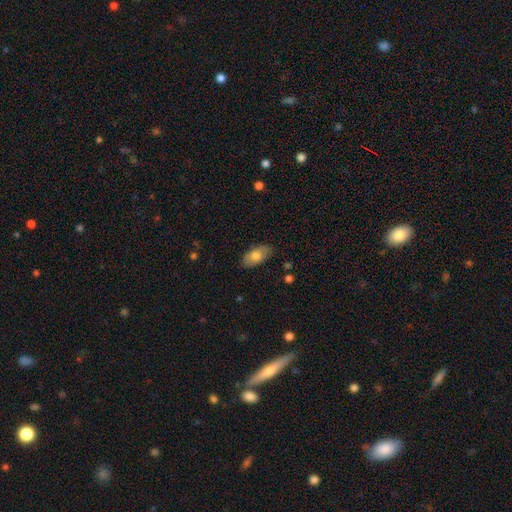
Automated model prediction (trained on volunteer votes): A smooth galaxy with no disk features (74%) that is in between round and cigar-shaped (92%).

Vote fractions:
- Smooth or featured? smooth: 74% / featured or disk: 19% / star or artifact: 6%
- How rounded? in between: 92% / cigar-shaped: 4% / round: 4%
- Merging? none: 85% / minor disturbance: 12% / major disturbance: 2% / merger: 1%